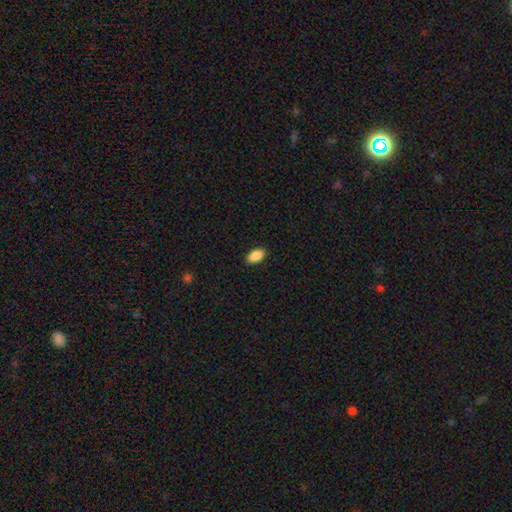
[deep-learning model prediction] The model was most divided on "merging": none: 88%, minor disturbance: 9%, major disturbance: 2%, merger: 1%. More confident: how rounded — in between (93%); smooth or featured — smooth (89%).